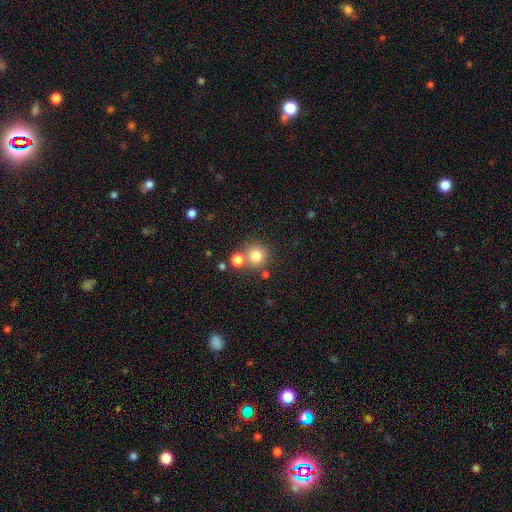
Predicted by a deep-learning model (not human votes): Smooth or featured?
  - smooth: 79% *
  - star or artifact: 13%
  - featured or disk: 8%
How rounded?
  - round: 92% *
  - in between: 7%
  - cigar-shaped: 1%
Merging?
  - none: 69% *
  - merger: 20%
  - minor disturbance: 8%
  - major disturbance: 3%